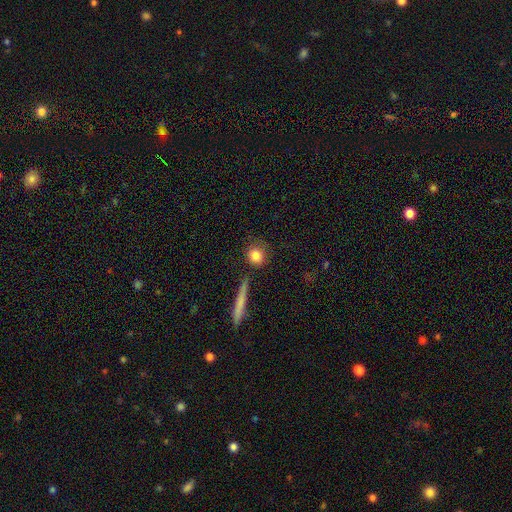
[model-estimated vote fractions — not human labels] Smooth or featured? smooth (83%)
How rounded? round (82%)
Merging? none (78%)